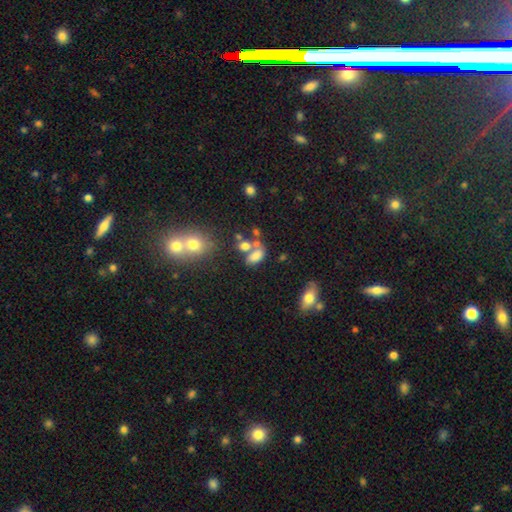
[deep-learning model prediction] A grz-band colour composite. It shows a smooth galaxy with no disk features (70%) that is in between round and cigar-shaped (86%). Merging: merger (42%).